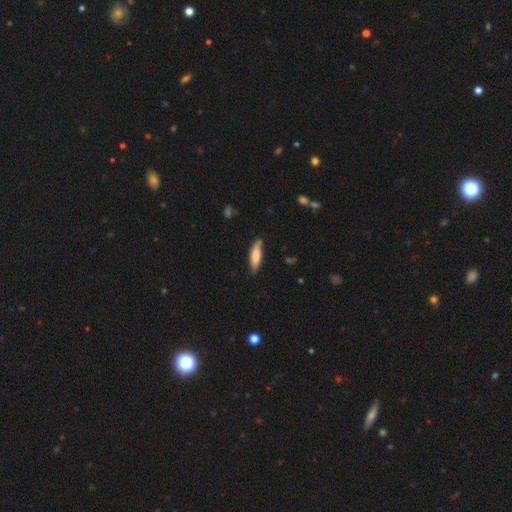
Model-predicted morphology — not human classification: type=smooth (80%); roundness=cigar-shaped (51%); merging=none (76%).